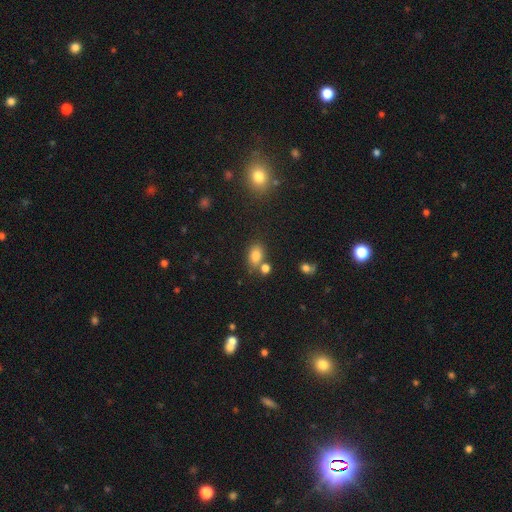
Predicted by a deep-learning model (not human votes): Smooth or featured? smooth (81%)
How rounded? in between (80%)
Merging? none (63%)